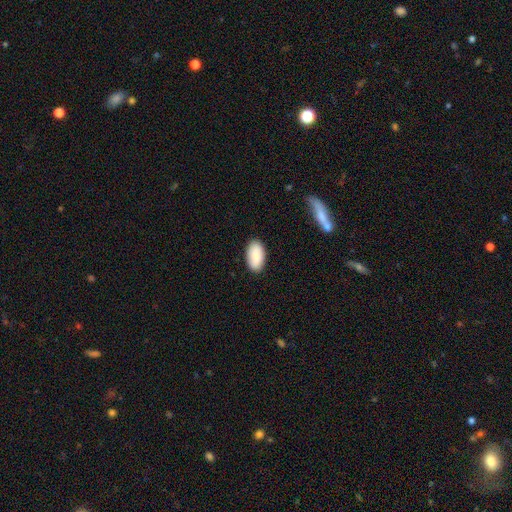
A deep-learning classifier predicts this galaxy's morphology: Smooth or featured? Predicted: smooth (p=0.86). How rounded? Predicted: in between (p=0.95). Merging? Predicted: none (p=0.88).